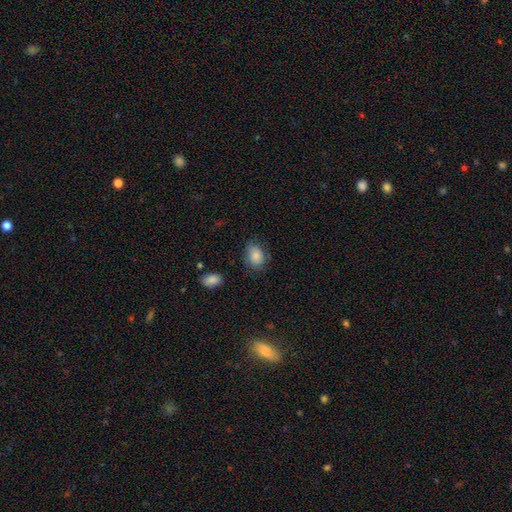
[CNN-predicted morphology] The model was most divided on "how rounded": in between: 73%, round: 26%, cigar-shaped: 1%. More confident: smooth or featured — smooth (84%); merging — none (70%).